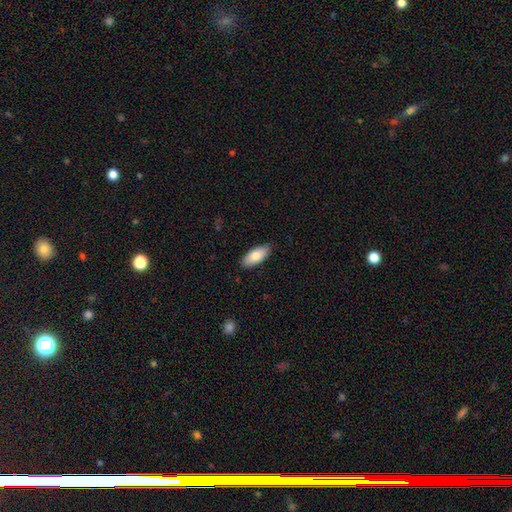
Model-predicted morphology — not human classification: smooth-or-featured: smooth: 82% | featured or disk: 12% | star or artifact: 6%
  how-rounded: in between: 86% | cigar-shaped: 12% | round: 2%
  merging: none: 87% | minor disturbance: 10% | major disturbance: 2% | merger: 1%